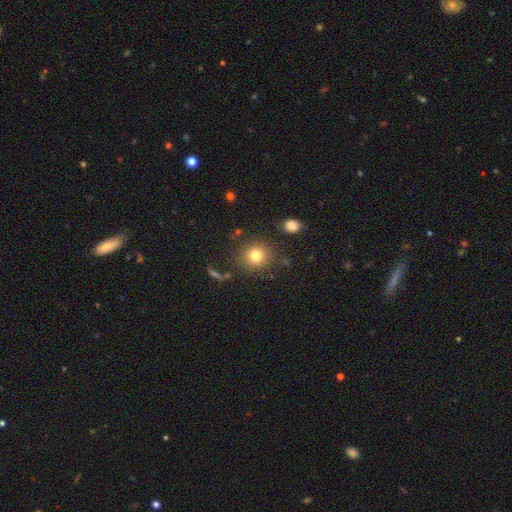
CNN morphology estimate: A smooth galaxy with no disk features (79%) that is round (89%).

Vote fractions:
- Smooth or featured? smooth: 79% / star or artifact: 12% / featured or disk: 8%
- How rounded? round: 89% / in between: 10% / cigar-shaped: 1%
- Merging? none: 85% / minor disturbance: 8% / major disturbance: 4% / merger: 3%